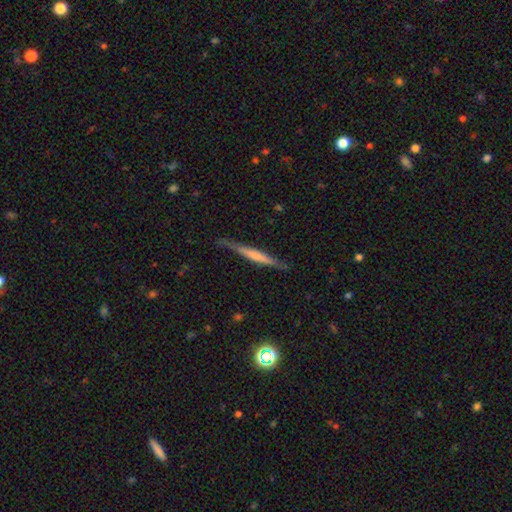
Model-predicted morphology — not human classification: A featured or disk galaxy (54%) viewed edge-on (96%) with no central bulge (48%).

Vote fractions:
- Smooth or featured? featured or disk: 54% / smooth: 40% / star or artifact: 6%
- Edge-on disk? yes: 96% / no: 4%
- Edge-on bulge? none: 48% / rounded: 33% / boxy: 20%
- Merging? none: 81% / minor disturbance: 14% / major disturbance: 3% / merger: 2%